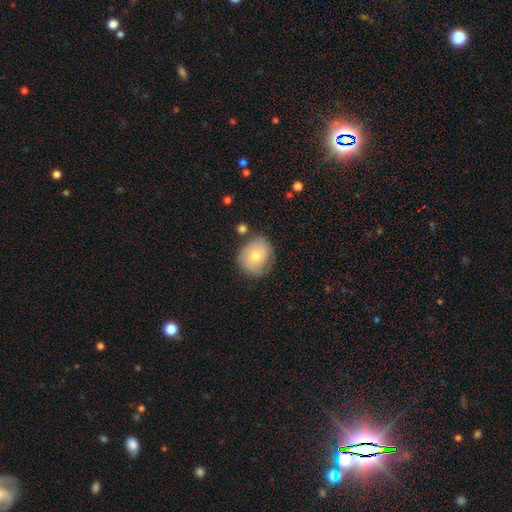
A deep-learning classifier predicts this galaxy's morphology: This is likely a smooth galaxy (67%). How rounded: likely round (69%). Merging: likely none (64%).